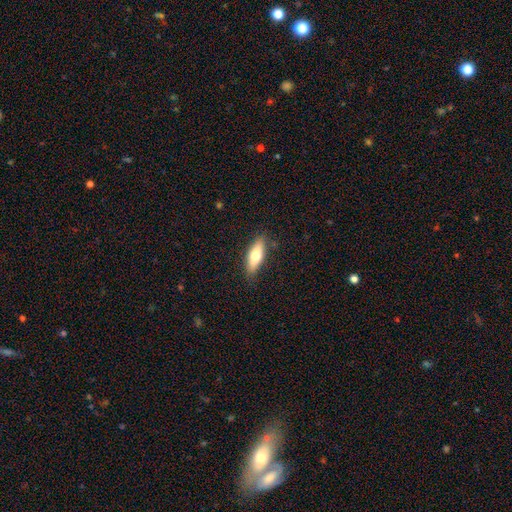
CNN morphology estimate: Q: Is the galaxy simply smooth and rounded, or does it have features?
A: smooth — 67%.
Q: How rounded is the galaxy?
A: in between — 56%.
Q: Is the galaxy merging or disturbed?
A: none — 84%.